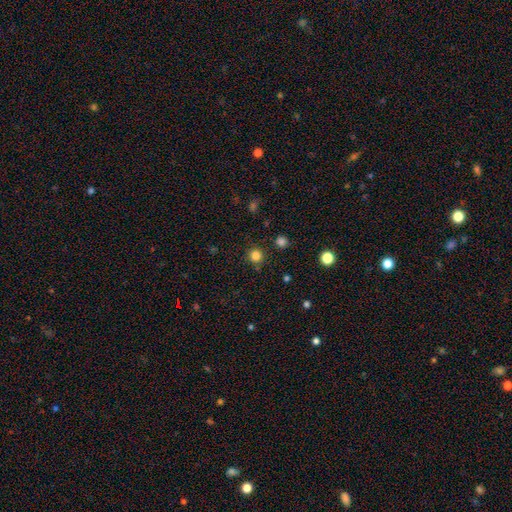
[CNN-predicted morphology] A smooth galaxy with no disk features (82%) that is round (94%).

Vote fractions:
- Smooth or featured? smooth: 82% / star or artifact: 14% / featured or disk: 4%
- How rounded? round: 94% / in between: 5% / cigar-shaped: 1%
- Merging? none: 89% / minor disturbance: 6% / merger: 2% / major disturbance: 2%